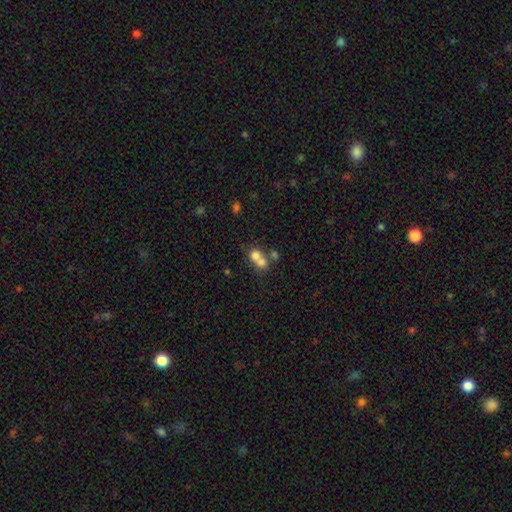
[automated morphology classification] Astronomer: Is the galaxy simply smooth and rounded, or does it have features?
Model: smooth — 70%.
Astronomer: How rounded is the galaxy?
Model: round — 77%.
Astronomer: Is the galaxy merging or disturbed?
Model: merger — 65%.